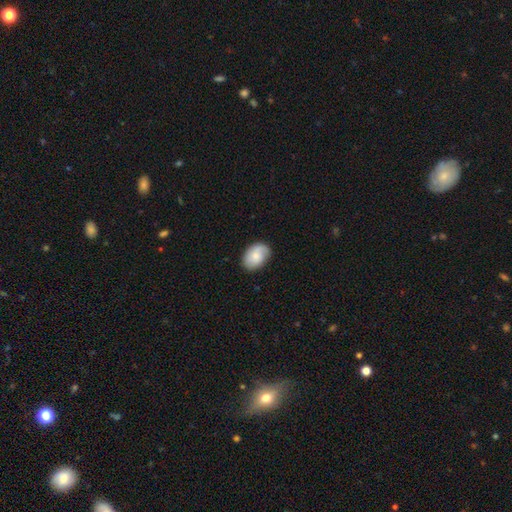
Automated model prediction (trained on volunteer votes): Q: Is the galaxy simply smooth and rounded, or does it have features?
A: smooth — 70%.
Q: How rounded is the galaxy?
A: in between — 80%.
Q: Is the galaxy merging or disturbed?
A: none — 75%.